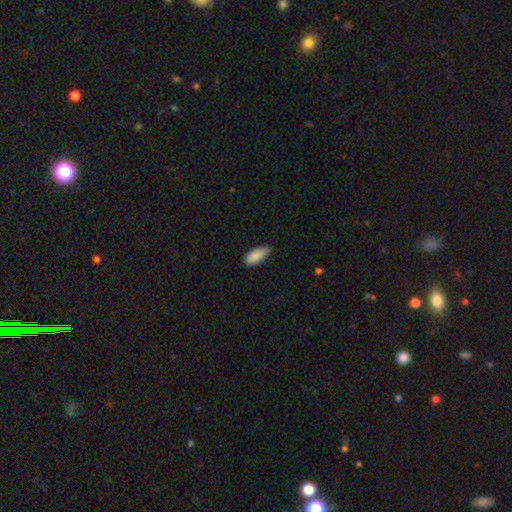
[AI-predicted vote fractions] A smooth galaxy with no disk features (89%) that is in between round and cigar-shaped (89%). Merging: none (77%).